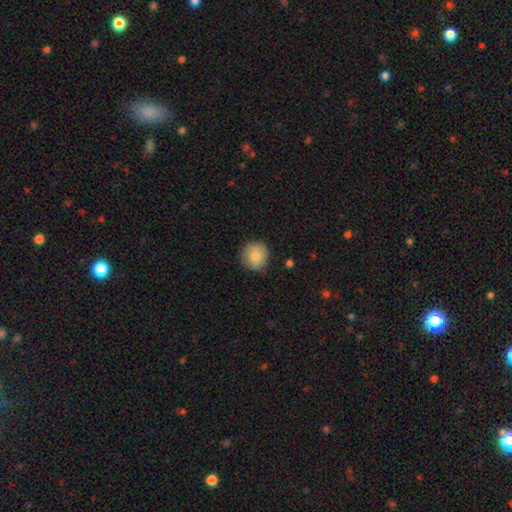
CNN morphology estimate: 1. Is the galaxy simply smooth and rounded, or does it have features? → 82% smooth, 10% featured or disk, 8% star or artifact.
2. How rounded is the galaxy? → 90% round, 9% in between, 1% cigar-shaped.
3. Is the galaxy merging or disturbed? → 83% none, 13% minor disturbance, 2% major disturbance, 1% merger.